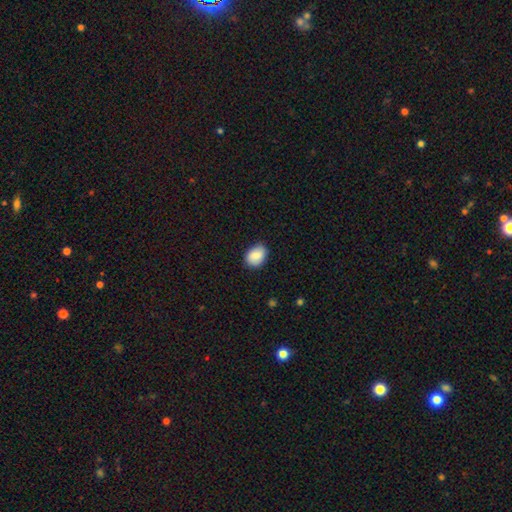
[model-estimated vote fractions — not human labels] The model was most divided on "how rounded": in between: 69%, round: 30%, cigar-shaped: 1%. More confident: smooth or featured — smooth (86%); merging — none (83%).